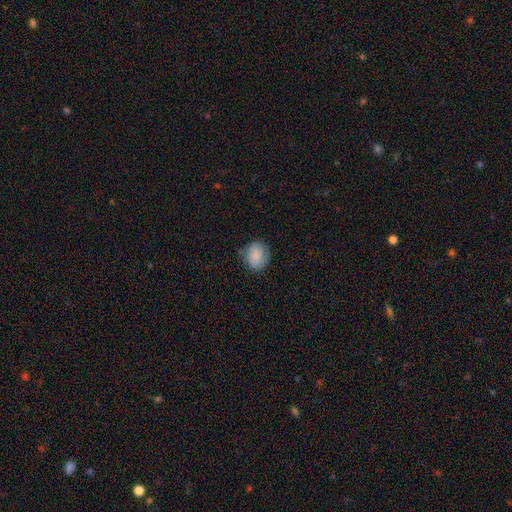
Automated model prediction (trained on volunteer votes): A smooth galaxy with no disk features (82%) that is round (62%).

Vote fractions:
- Smooth or featured? smooth: 82% / featured or disk: 11% / star or artifact: 7%
- How rounded? round: 62% / in between: 37% / cigar-shaped: 1%
- Merging? none: 74% / minor disturbance: 20% / major disturbance: 5% / merger: 1%